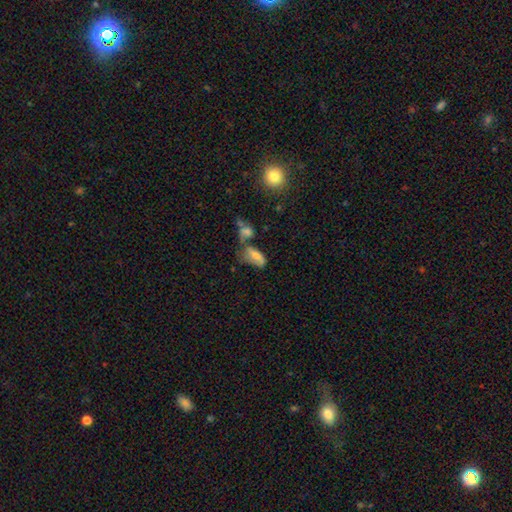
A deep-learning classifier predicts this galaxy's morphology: Smooth or featured?
  - smooth: 59% *
  - featured or disk: 30%
  - star or artifact: 11%
How rounded?
  - in between: 88% *
  - cigar-shaped: 8%
  - round: 5%
Merging?
  - merger: 36% *
  - none: 29%
  - minor disturbance: 19%
  - major disturbance: 16%